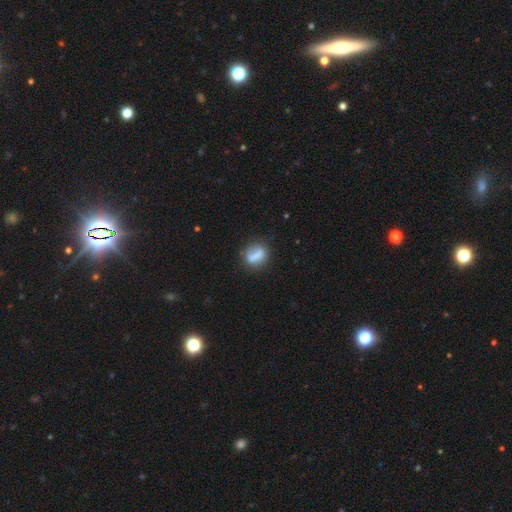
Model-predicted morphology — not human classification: Smooth or featured?
  - smooth: 71% *
  - featured or disk: 20%
  - star or artifact: 9%
How rounded?
  - in between: 49% *
  - round: 43%
  - cigar-shaped: 8%
Merging?
  - none: 65% *
  - minor disturbance: 21%
  - major disturbance: 8%
  - merger: 5%